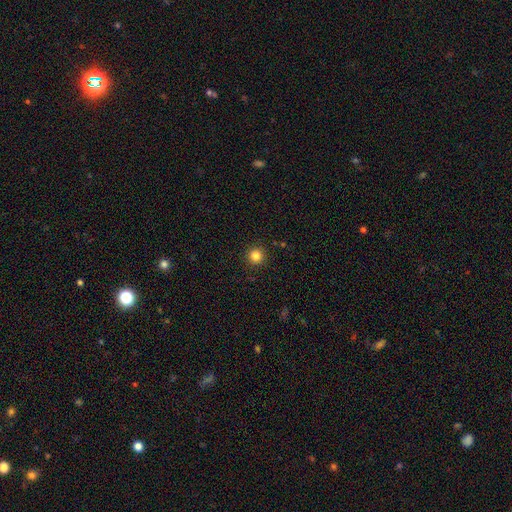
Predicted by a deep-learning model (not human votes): Morphology: type=smooth (83%); roundness=round (96%); merging=none (93%).